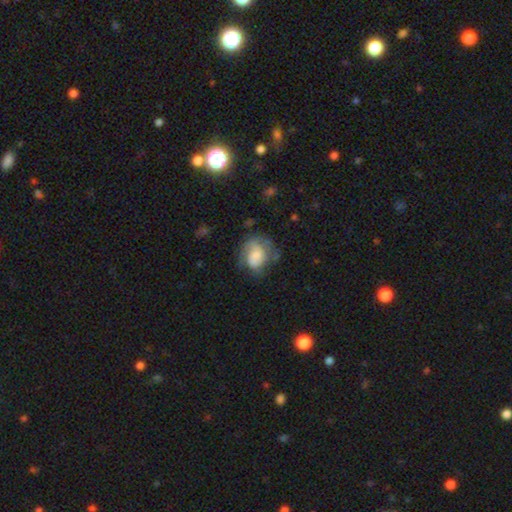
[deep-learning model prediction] Smooth or featured? Predicted: featured or disk (p=0.47). Merging? Predicted: none (p=0.47).